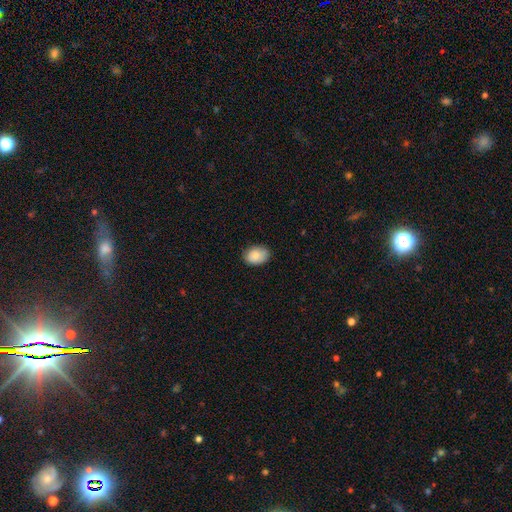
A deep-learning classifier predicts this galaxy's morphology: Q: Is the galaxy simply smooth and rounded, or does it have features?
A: smooth — 87%.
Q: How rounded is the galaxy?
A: in between — 76%.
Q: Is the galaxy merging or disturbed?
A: none — 79%.